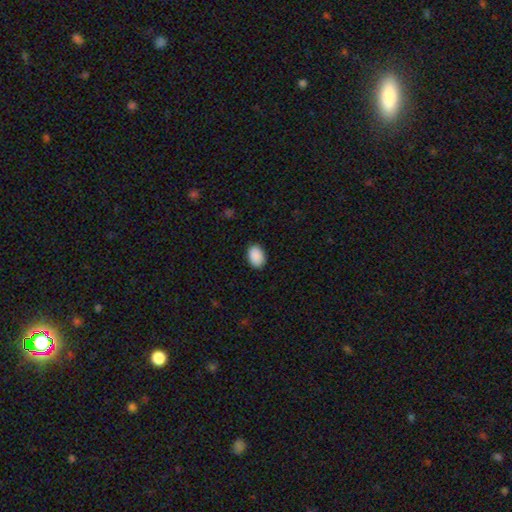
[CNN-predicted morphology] smooth 91%, star or artifact 7%, featured or disk 2%. Down the decision tree: how rounded — in between (82%); merging — none (88%).